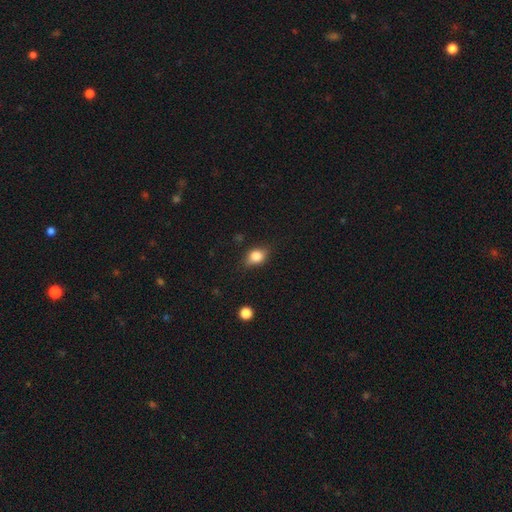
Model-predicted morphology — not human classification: This is likely a smooth galaxy (77%). How rounded: likely in between (61%). Merging: likely none (73%).